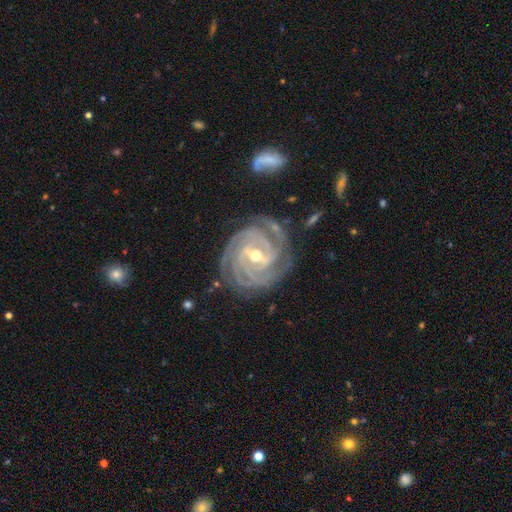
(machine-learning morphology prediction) smooth_or_featured: featured or disk (p=0.93) [alt: star or artifact p=0.04]
disk_edge_on: no (p=0.98) [alt: yes p=0.02]
bar: strong (p=0.44) [alt: weak p=0.43]
has_spiral_arms: yes (p=0.99) [alt: no p=0.01]
spiral_winding: tight (p=0.80) [alt: medium p=0.17]
spiral_arm_count: 4 (p=0.40) [alt: 3 p=0.28]
bulge_size: moderate (p=0.52) [alt: small p=0.45]
merging: none (p=0.78) [alt: minor disturbance p=0.16]